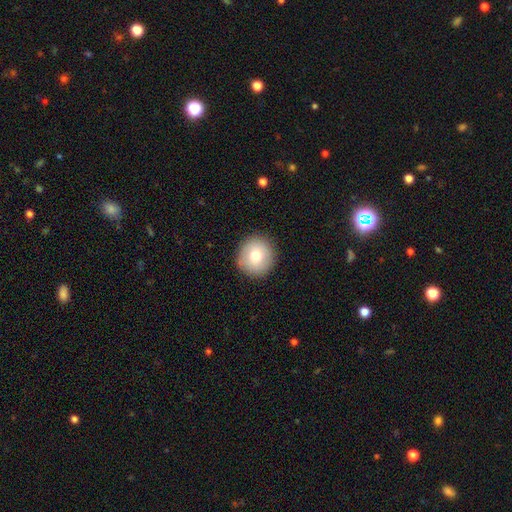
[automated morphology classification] Q: Smooth or featured?
A: smooth (75%); runner-up: featured or disk (16%)
Q: How rounded?
A: round (94%); runner-up: in between (5%)
Q: Merging?
A: none (90%); runner-up: minor disturbance (7%)